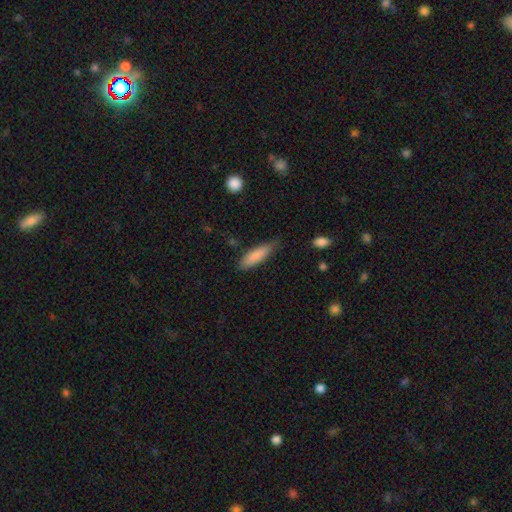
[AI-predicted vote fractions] Overall: smooth (84%). How rounded: cigar-shaped (60%; in between 39%). Merging: none (72%).